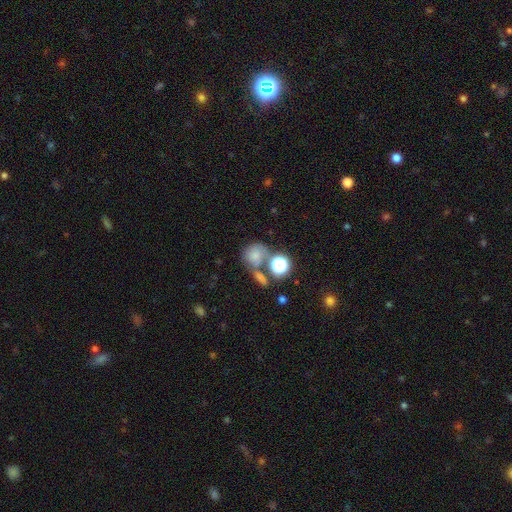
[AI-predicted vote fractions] A smooth galaxy with no disk features (70%) that is round (75%).

Vote fractions:
- Smooth or featured? smooth: 70% / star or artifact: 17% / featured or disk: 13%
- How rounded? round: 75% / in between: 24% / cigar-shaped: 1%
- Merging? none: 42% / merger: 36% / minor disturbance: 13% / major disturbance: 8%